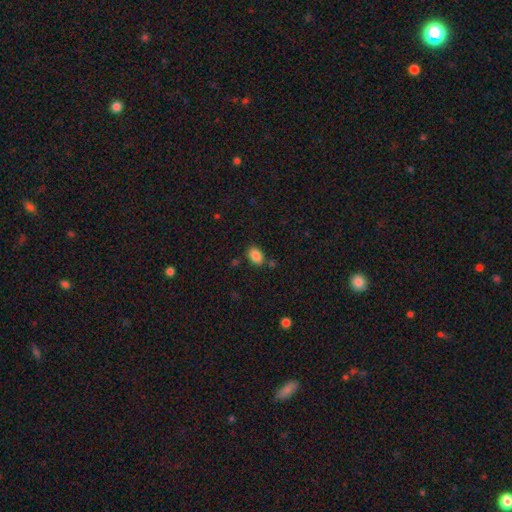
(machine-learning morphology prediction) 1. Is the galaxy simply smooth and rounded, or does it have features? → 86% smooth, 9% star or artifact, 5% featured or disk.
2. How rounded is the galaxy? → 85% in between, 14% round, 1% cigar-shaped.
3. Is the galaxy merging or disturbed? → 79% none, 12% minor disturbance, 7% merger, 3% major disturbance.